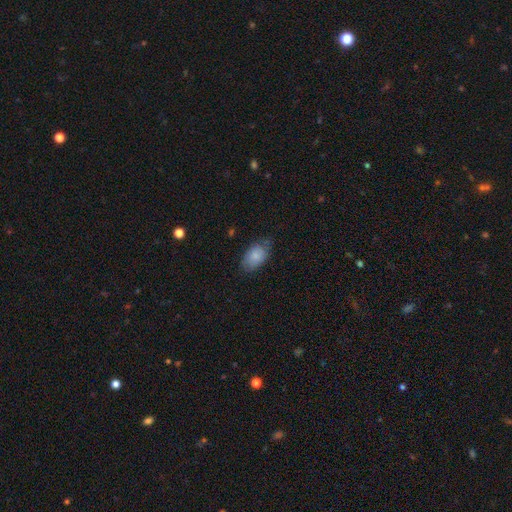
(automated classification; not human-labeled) smooth-or-featured: smooth: 81% | featured or disk: 12% | star or artifact: 7%
  how-rounded: in between: 90% | round: 8% | cigar-shaped: 2%
  merging: none: 66% | minor disturbance: 26% | major disturbance: 6% | merger: 1%